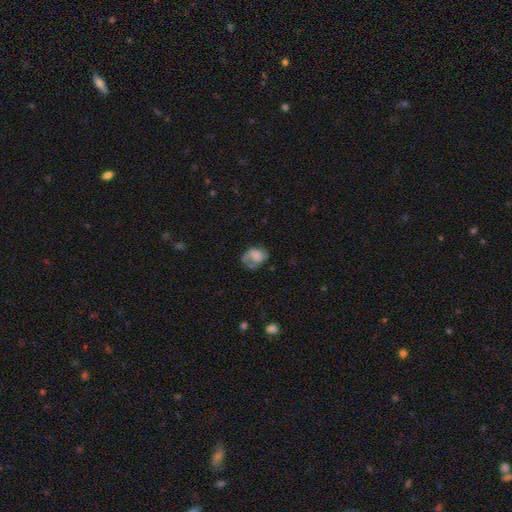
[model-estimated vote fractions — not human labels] This is possibly a smooth galaxy (54%). How rounded: possibly in between (59%). Merging: marginally none (35%).